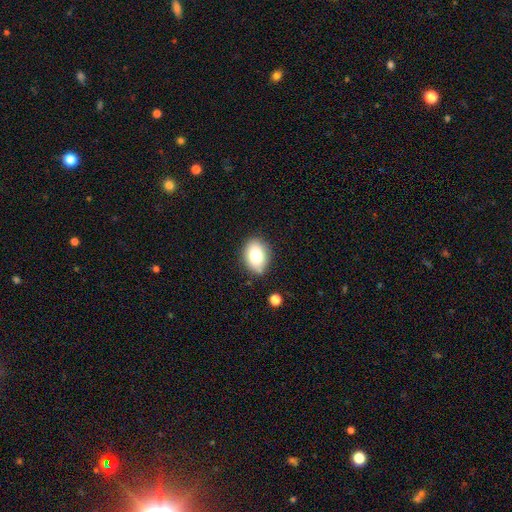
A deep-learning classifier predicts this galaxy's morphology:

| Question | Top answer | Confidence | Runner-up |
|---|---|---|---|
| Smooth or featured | smooth | 79% | featured or disk (13%) |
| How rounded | in between | 76% | round (23%) |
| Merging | none | 81% | minor disturbance (14%) |